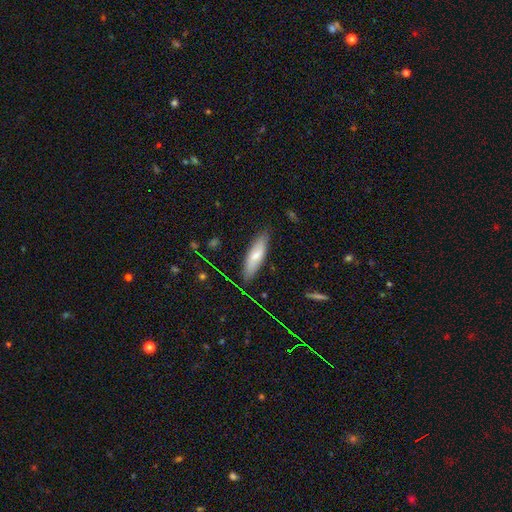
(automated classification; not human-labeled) This is likely a smooth galaxy (66%). How rounded: possibly cigar-shaped (57%). Merging: clearly none (82%).